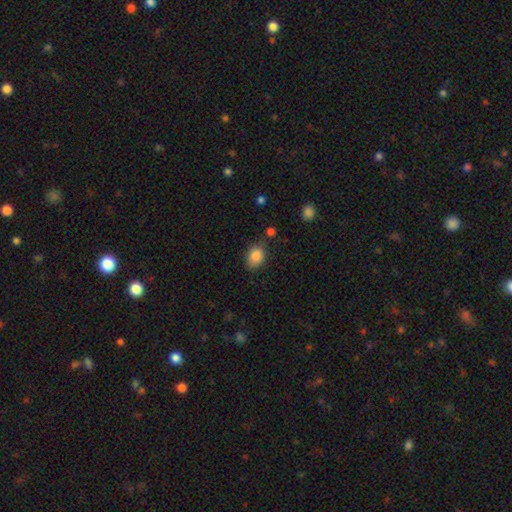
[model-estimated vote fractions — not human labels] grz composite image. It shows a smooth galaxy with no disk features (86%) that is in between round and cigar-shaped (69%). Merging: none (74%).